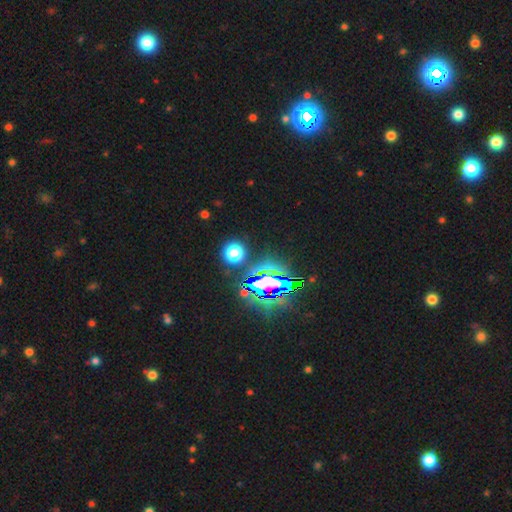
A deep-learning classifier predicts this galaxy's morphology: smooth_or_featured: star or artifact (p=0.83) [alt: smooth p=0.10]